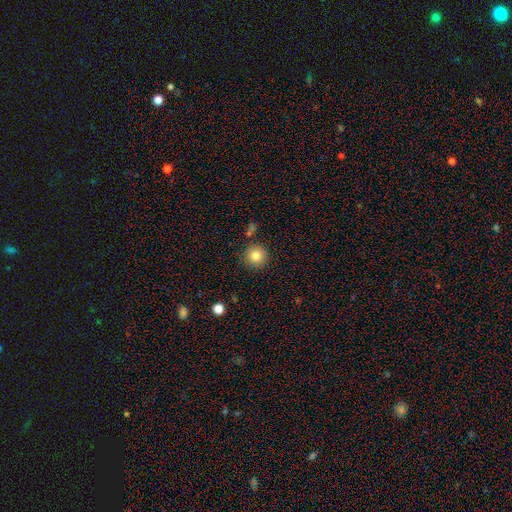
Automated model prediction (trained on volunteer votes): Smooth or featured? smooth (83%)
How rounded? round (95%)
Merging? none (87%)